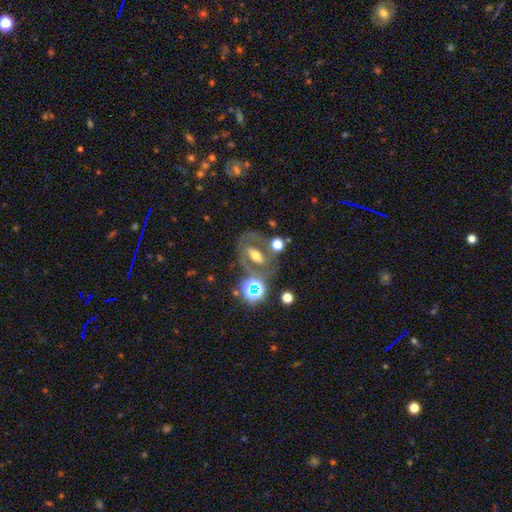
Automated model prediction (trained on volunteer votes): This appears to be a featured or disk galaxy (49%). Merging: none (58%).